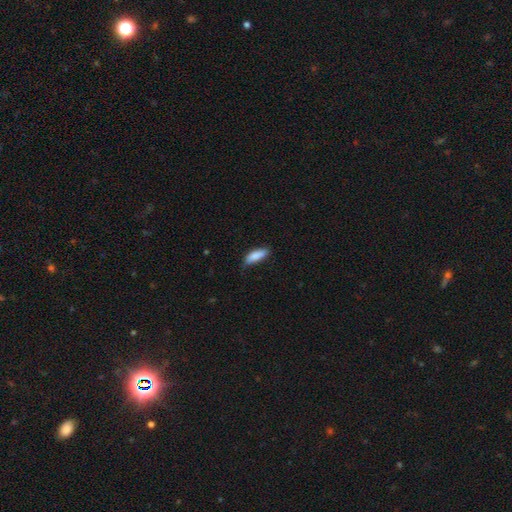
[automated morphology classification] type=smooth (86%); roundness=in between (59%); merging=none (67%).